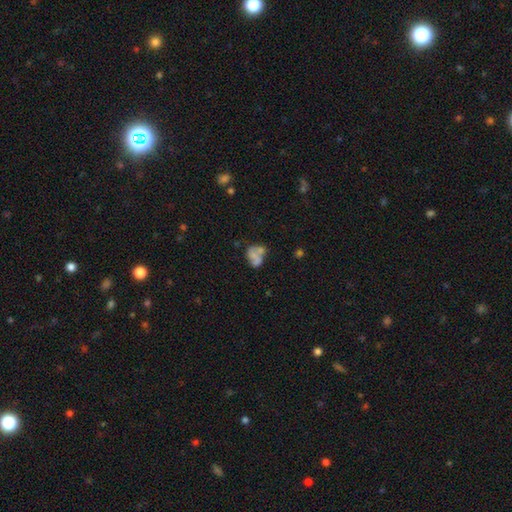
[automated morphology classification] A smooth galaxy with no disk features (47%).

Vote fractions:
- Smooth or featured? smooth: 47% / featured or disk: 41% / star or artifact: 12%
- Merging? merger: 36% / none: 28% / minor disturbance: 19% / major disturbance: 17%